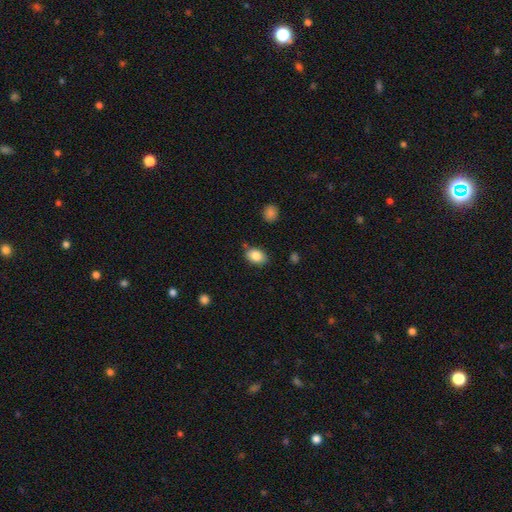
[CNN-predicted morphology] This is clearly a smooth galaxy (84%). How rounded: clearly in between (82%). Merging: clearly none (80%).